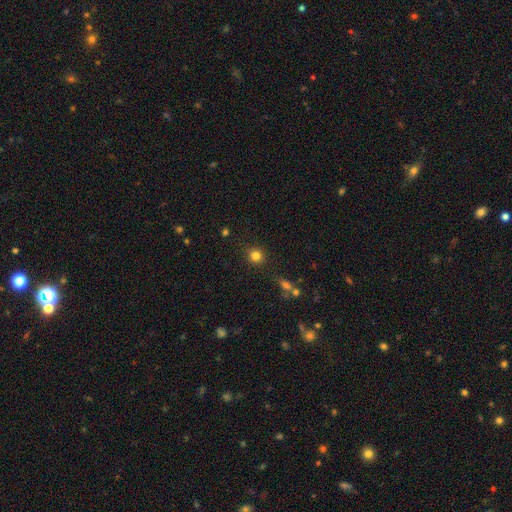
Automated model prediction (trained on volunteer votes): Smooth or featured: smooth — 82% (star or artifact — 13%)
How rounded: round — 91% (in between — 8%)
Merging: none — 87% (minor disturbance — 8%)